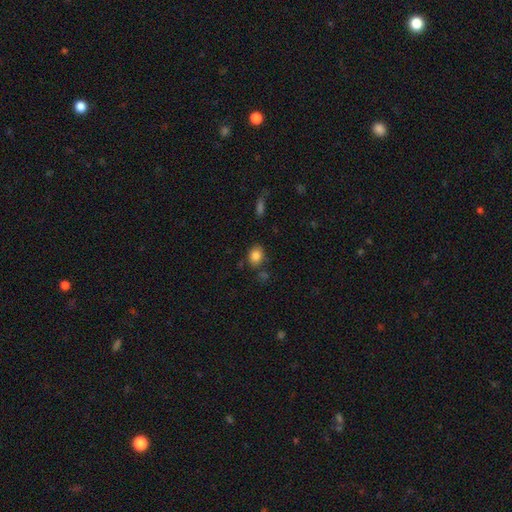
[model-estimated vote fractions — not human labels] A smooth galaxy with no disk features (84%) that is in between round and cigar-shaped (52%).

Vote fractions:
- Smooth or featured? smooth: 84% / star or artifact: 9% / featured or disk: 7%
- How rounded? in between: 52% / round: 47% / cigar-shaped: 1%
- Merging? none: 76% / minor disturbance: 14% / merger: 5% / major disturbance: 4%